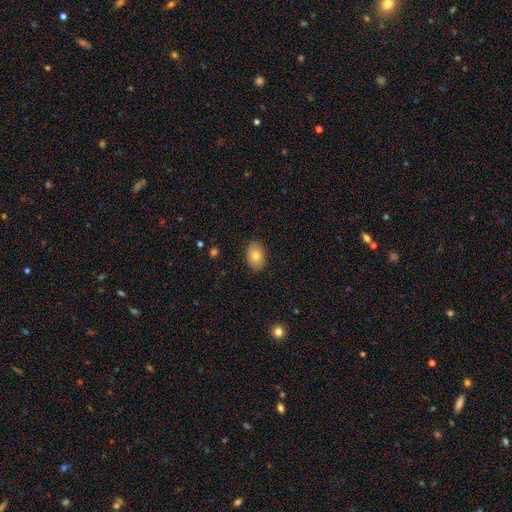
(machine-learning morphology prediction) type=smooth (77%); roundness=in between (85%); merging=none (88%).